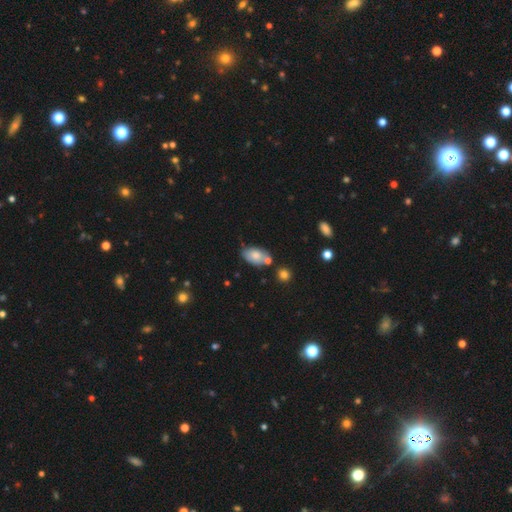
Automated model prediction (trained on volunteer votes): Smooth or featured? Predicted: smooth (p=0.76). How rounded? Predicted: in between (p=0.91). Merging? Predicted: none (p=0.59).